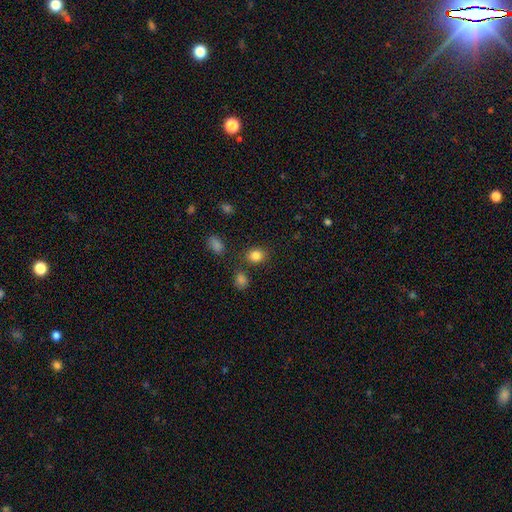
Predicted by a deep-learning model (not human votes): Morphology: type=smooth (84%); roundness=round (60%); merging=none (79%).